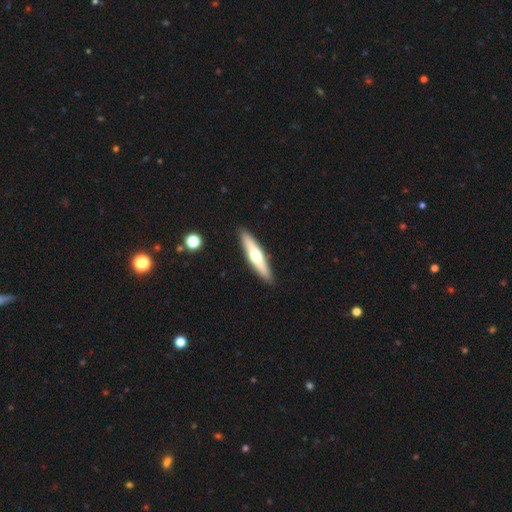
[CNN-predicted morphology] smooth-or-featured: featured or disk: 48% | smooth: 46% | star or artifact: 5%
  merging: none: 90% | minor disturbance: 7% | major disturbance: 2% | merger: 1%